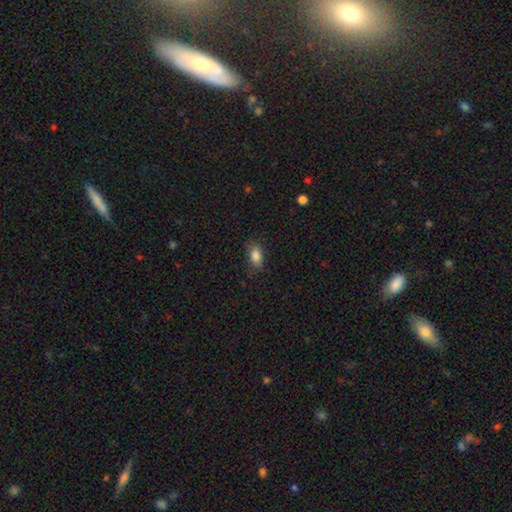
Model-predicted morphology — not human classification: Smooth or featured?
  - smooth: 85% *
  - star or artifact: 9%
  - featured or disk: 6%
How rounded?
  - in between: 87% *
  - round: 8%
  - cigar-shaped: 5%
Merging?
  - none: 78% *
  - minor disturbance: 17%
  - major disturbance: 4%
  - merger: 1%